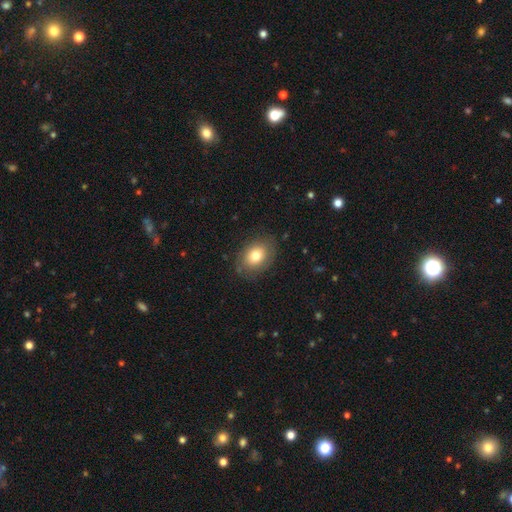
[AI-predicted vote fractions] Morphology: type=smooth (76%); roundness=in between (68%); merging=none (80%).